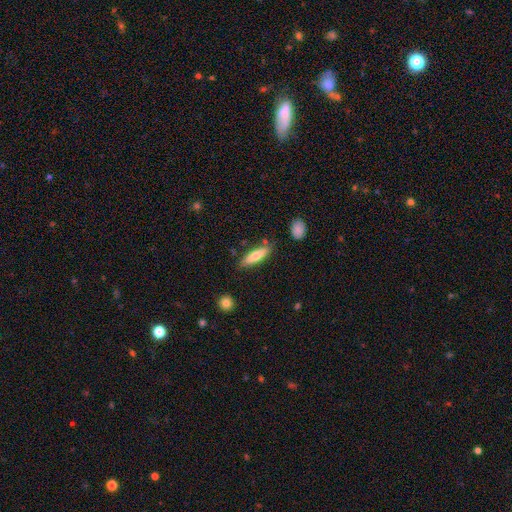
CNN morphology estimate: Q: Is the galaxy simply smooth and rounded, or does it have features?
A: smooth — 68%.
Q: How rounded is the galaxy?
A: cigar-shaped — 72%.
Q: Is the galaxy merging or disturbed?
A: none — 81%.